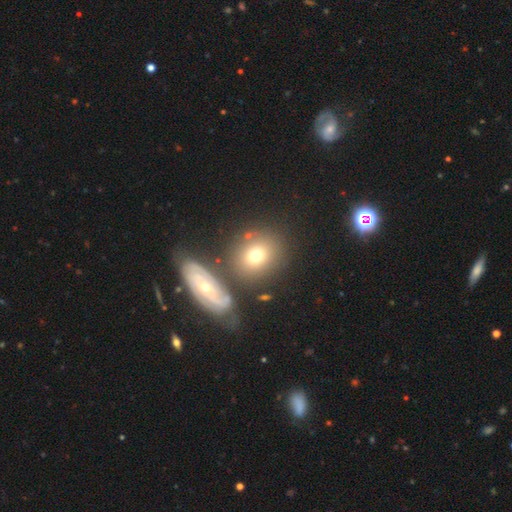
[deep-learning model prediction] This is likely a smooth galaxy (68%). How rounded: likely round (63%). Merging: likely none (67%).